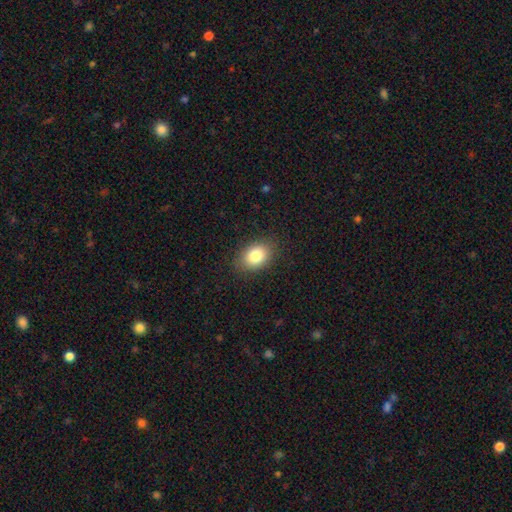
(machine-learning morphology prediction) smooth 83%, star or artifact 9%, featured or disk 8%. Down the decision tree: how rounded — in between (76%); merging — none (86%).